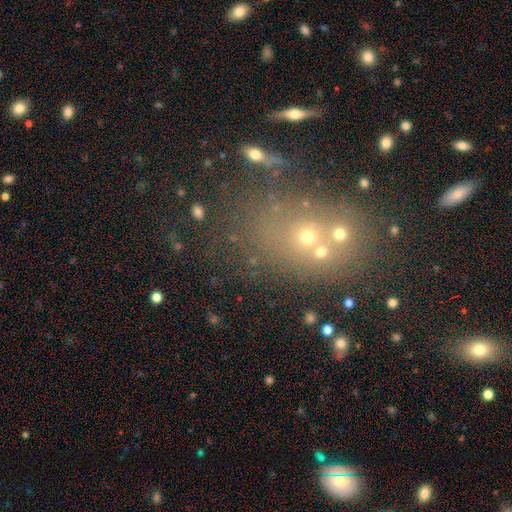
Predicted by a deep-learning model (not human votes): smooth 42%, star or artifact 35%, featured or disk 22%. Down the decision tree: merging — none (50%).